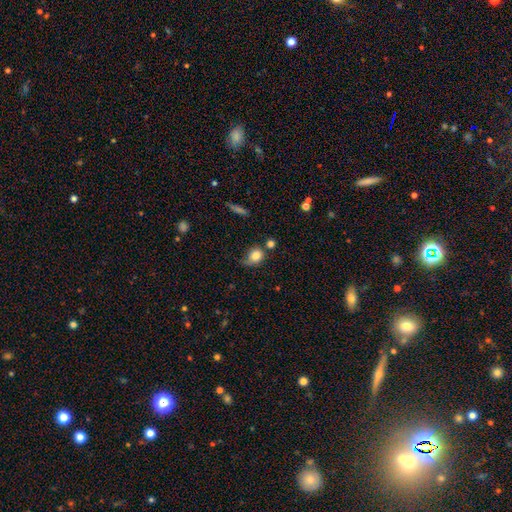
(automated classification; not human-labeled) The model was most divided on "merging": none: 45%, minor disturbance: 32%, major disturbance: 12%, merger: 10%. More confident: smooth or featured — smooth (81%); how rounded — round (56%).